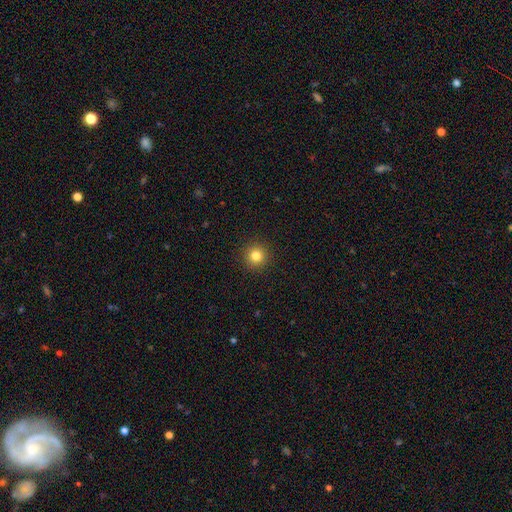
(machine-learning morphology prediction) A smooth galaxy with no disk features (81%) that is round (95%).

Vote fractions:
- Smooth or featured? smooth: 81% / star or artifact: 13% / featured or disk: 6%
- How rounded? round: 95% / in between: 4% / cigar-shaped: 1%
- Merging? none: 93% / minor disturbance: 5% / major disturbance: 2% / merger: 1%